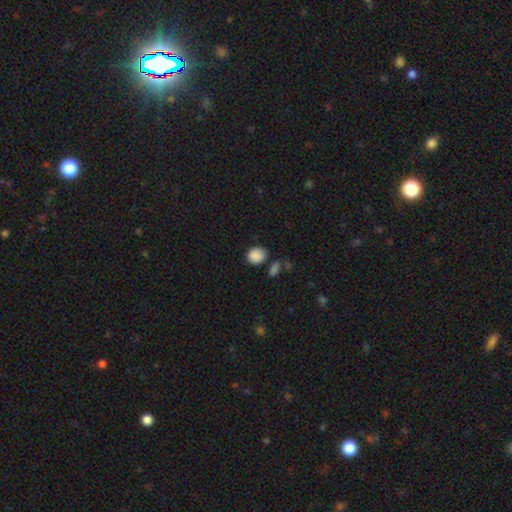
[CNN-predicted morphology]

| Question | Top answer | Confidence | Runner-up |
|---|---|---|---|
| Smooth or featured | smooth | 87% | star or artifact (9%) |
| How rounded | round | 62% | in between (37%) |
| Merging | none | 68% | minor disturbance (20%) |